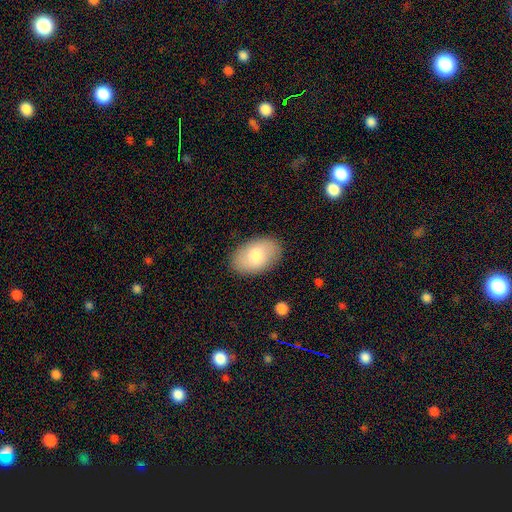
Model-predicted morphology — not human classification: Overall: smooth (75%). How rounded: in between (92%). Merging: none (87%).